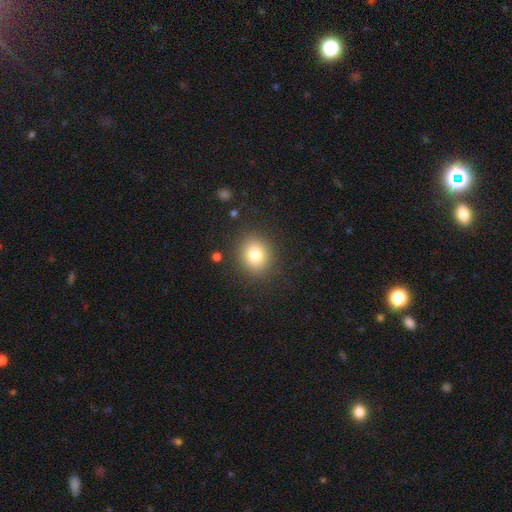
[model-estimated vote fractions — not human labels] The model was most divided on "how rounded": round: 77%, in between: 23%, cigar-shaped: 1%. More confident: merging — none (89%); smooth or featured — smooth (79%).